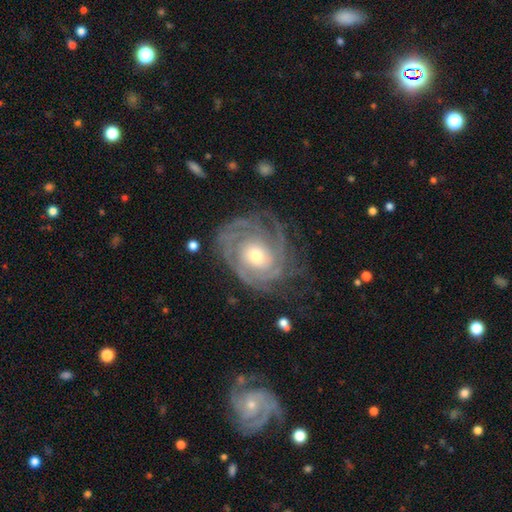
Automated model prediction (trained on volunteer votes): Smooth or featured?
  - featured or disk: 88% *
  - smooth: 7%
  - star or artifact: 5%
Edge-on disk?
  - no: 97% *
  - yes: 3%
Bar?
  - no: 77% *
  - weak: 18%
  - strong: 5%
Spiral arms?
  - yes: 96% *
  - no: 4%
Spiral winding?
  - tight: 74% *
  - medium: 21%
  - loose: 5%
Spiral arm count?
  - can't tell: 33% *
  - 3: 19%
  - 4: 17%
  - 2: 14%
  - more than 4: 11%
  - 1: 7%
Bulge size?
  - moderate: 52% *
  - small: 40%
  - large: 6%
  - dominant: 1%
  - none: 1%
Merging?
  - none: 69% *
  - minor disturbance: 18%
  - major disturbance: 11%
  - merger: 2%